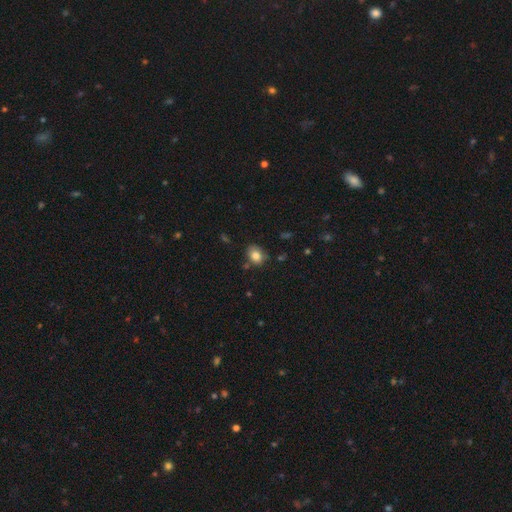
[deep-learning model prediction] smooth 82%, star or artifact 9%, featured or disk 8%. Down the decision tree: how rounded — in between (62%); merging — none (73%).